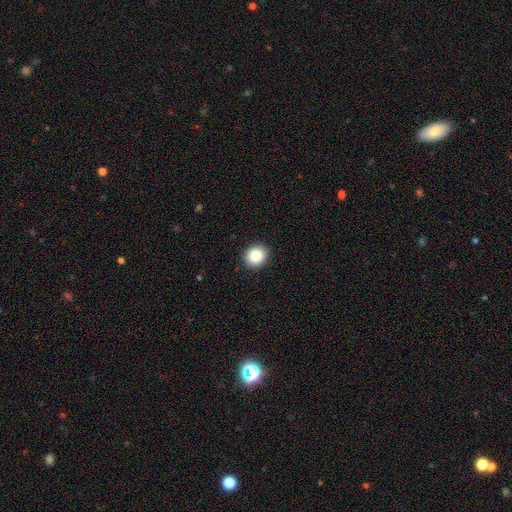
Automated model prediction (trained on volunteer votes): smooth-or-featured: smooth: 85% | star or artifact: 9% | featured or disk: 6%
  how-rounded: round: 76% | in between: 23% | cigar-shaped: 1%
  merging: none: 92% | minor disturbance: 6% | major disturbance: 2% | merger: 1%